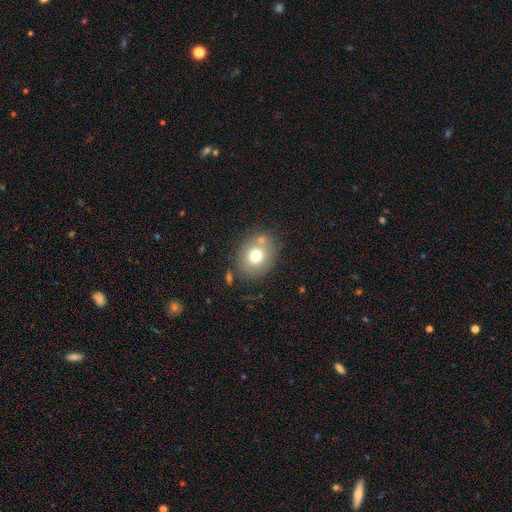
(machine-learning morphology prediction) This is likely a smooth galaxy (72%). How rounded: likely round (64%). Merging: likely none (73%).